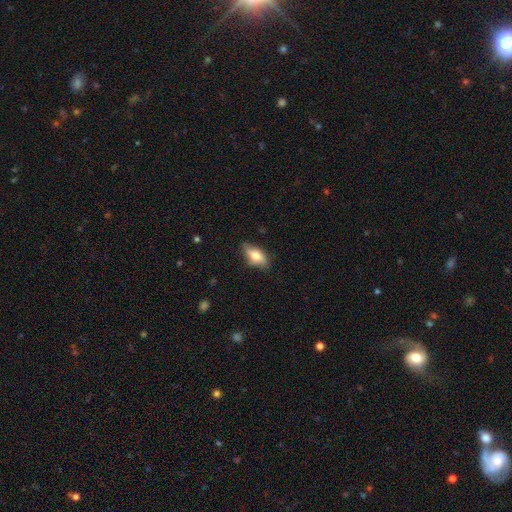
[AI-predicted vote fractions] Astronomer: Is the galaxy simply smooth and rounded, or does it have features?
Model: smooth — 65%.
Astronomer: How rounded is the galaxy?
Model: in between — 81%.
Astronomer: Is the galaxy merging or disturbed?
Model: none — 70%.